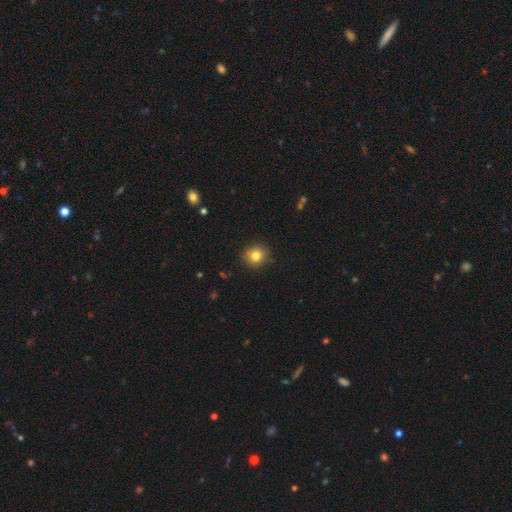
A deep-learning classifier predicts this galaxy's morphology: smooth-or-featured: smooth: 80% | star or artifact: 12% | featured or disk: 8%
  how-rounded: round: 85% | in between: 14% | cigar-shaped: 1%
  merging: none: 88% | minor disturbance: 9% | major disturbance: 2% | merger: 1%